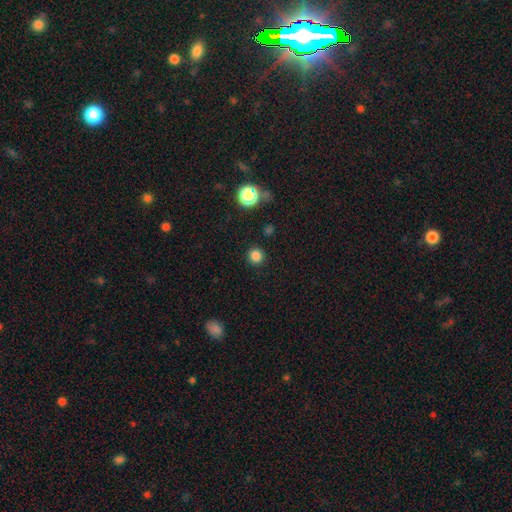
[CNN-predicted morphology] smooth-or-featured: smooth: 83% | star or artifact: 14% | featured or disk: 4%
  how-rounded: round: 95% | in between: 4% | cigar-shaped: 1%
  merging: none: 91% | minor disturbance: 5% | major disturbance: 2% | merger: 1%